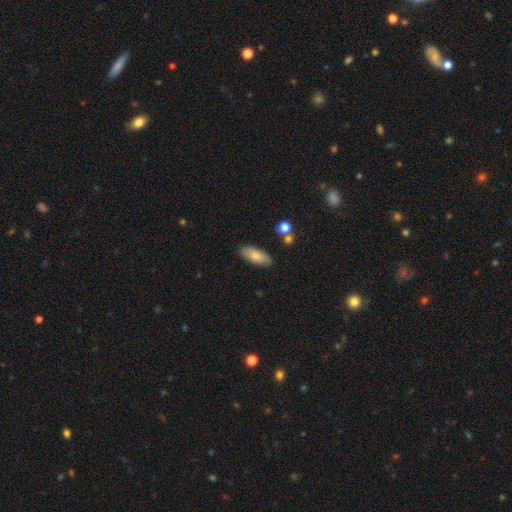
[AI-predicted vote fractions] Smooth or featured? smooth (79%)
How rounded? in between (82%)
Merging? none (84%)